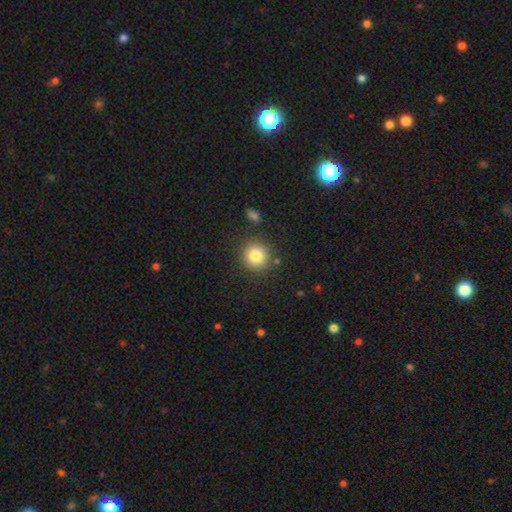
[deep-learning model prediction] smooth 82%, star or artifact 10%, featured or disk 7%. Down the decision tree: how rounded — round (92%); merging — none (86%).